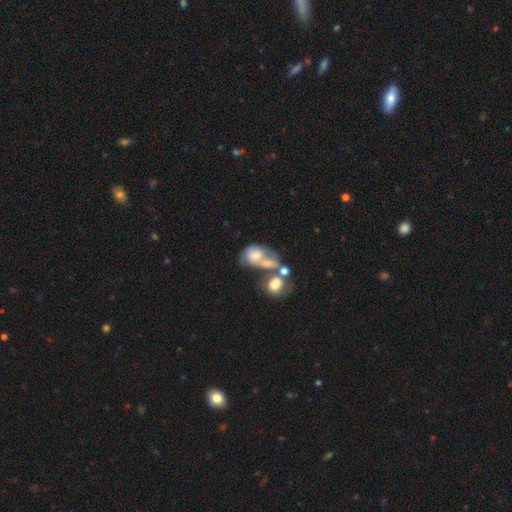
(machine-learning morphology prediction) Q: Smooth or featured?
A: smooth (53%); runner-up: featured or disk (34%)
Q: How rounded?
A: in between (70%); runner-up: round (28%)
Q: Merging?
A: merger (59%); runner-up: major disturbance (16%)